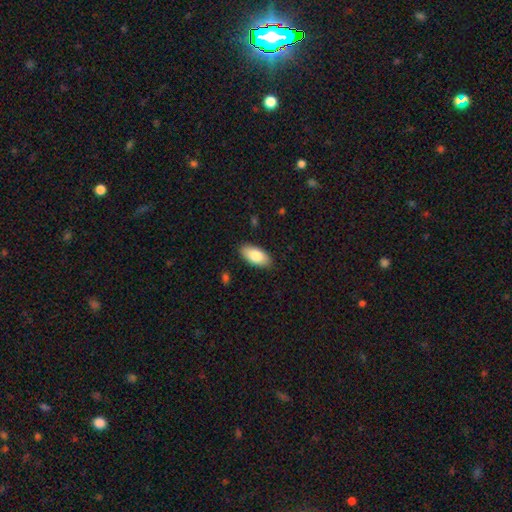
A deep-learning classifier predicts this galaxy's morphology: This is clearly a smooth galaxy (82%). How rounded: clearly in between (92%). Merging: clearly none (88%).